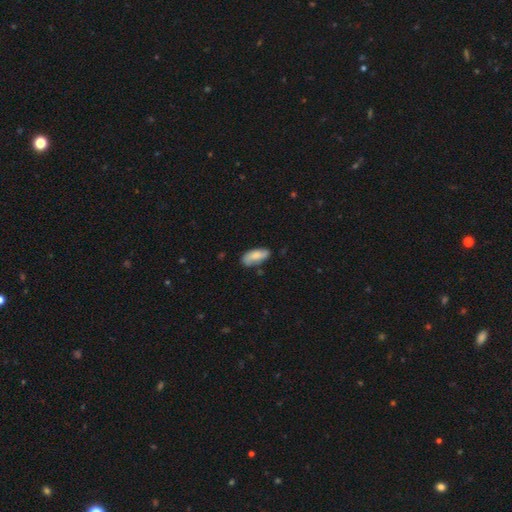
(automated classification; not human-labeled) A smooth galaxy with no disk features (73%) that is in between round and cigar-shaped (84%).

Vote fractions:
- Smooth or featured? smooth: 73% / featured or disk: 20% / star or artifact: 7%
- How rounded? in between: 84% / cigar-shaped: 14% / round: 2%
- Merging? none: 69% / minor disturbance: 24% / major disturbance: 4% / merger: 3%